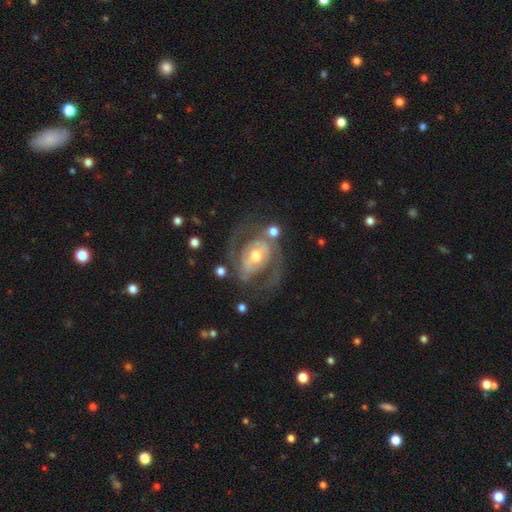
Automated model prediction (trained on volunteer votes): This appears to be a featured or disk galaxy (82%) with no bar (40%), 2 (77%) medium (47%) spiral arms (80%) and a moderate central bulge (68%). Merging: none (57%).